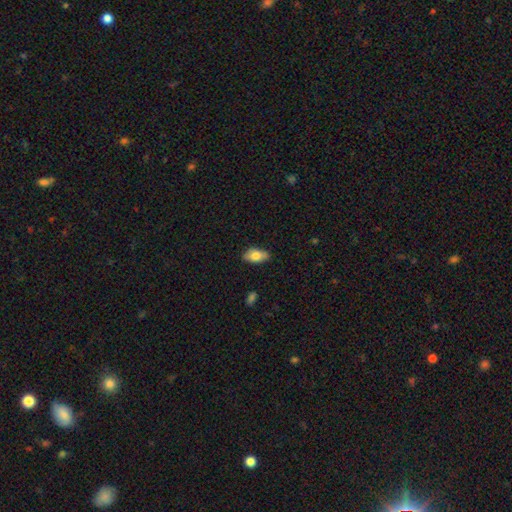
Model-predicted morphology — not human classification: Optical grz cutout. It shows a smooth galaxy with no disk features (76%) that is in between round and cigar-shaped (91%). Merging: none (82%).